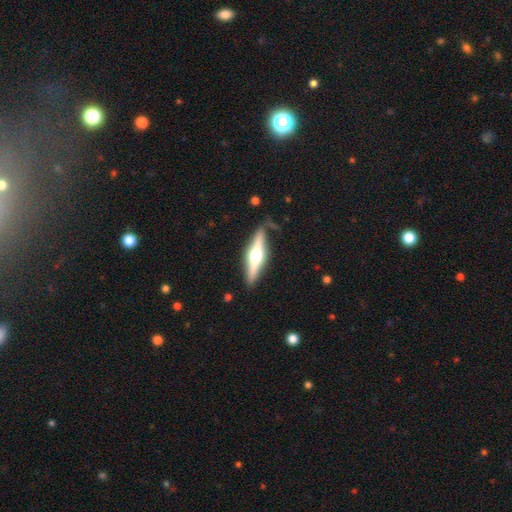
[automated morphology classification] The model was most divided on "smooth or featured": featured or disk: 67%, smooth: 28%, star or artifact: 5%. More confident: edge-on disk — yes (96%); edge-on bulge — rounded (93%); merging — none (82%).